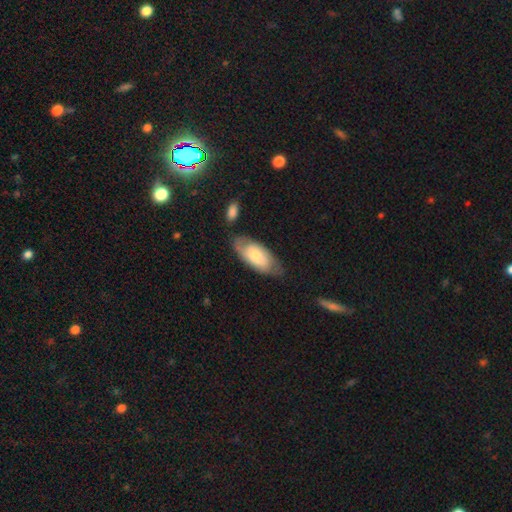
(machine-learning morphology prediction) Smooth or featured: smooth — 58% (featured or disk — 36%)
How rounded: in between — 89% (cigar-shaped — 9%)
Merging: none — 66% (minor disturbance — 23%)